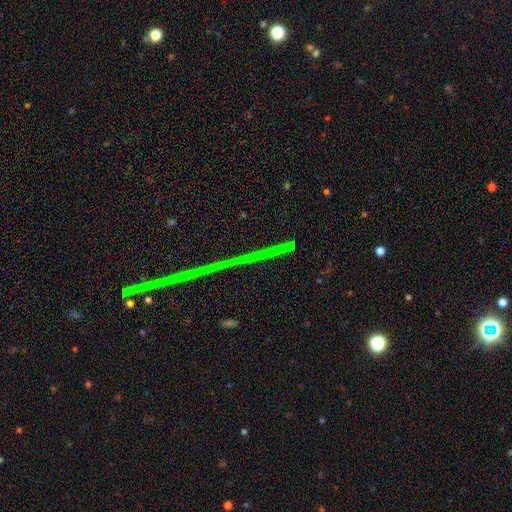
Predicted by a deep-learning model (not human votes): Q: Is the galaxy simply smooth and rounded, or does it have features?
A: star or artifact — 80%.